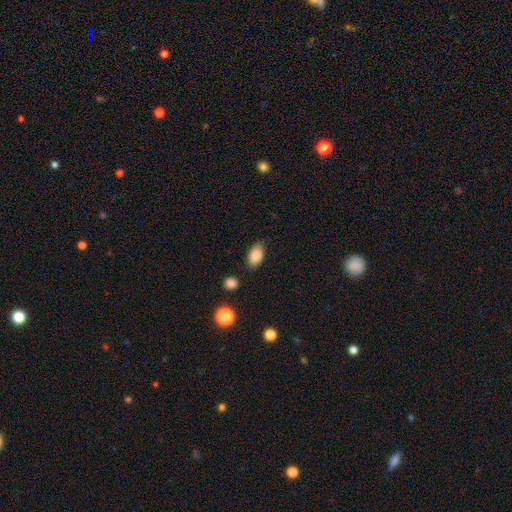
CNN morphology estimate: A smooth galaxy with no disk features (88%) that is in between round and cigar-shaped (91%).

Vote fractions:
- Smooth or featured? smooth: 88% / star or artifact: 8% / featured or disk: 5%
- How rounded? in between: 91% / round: 7% / cigar-shaped: 2%
- Merging? none: 80% / minor disturbance: 14% / major disturbance: 3% / merger: 2%